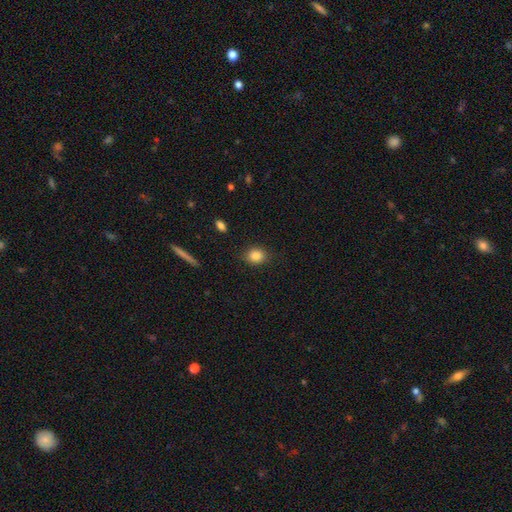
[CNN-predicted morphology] type=smooth (86%); roundness=round (57%); merging=none (85%).